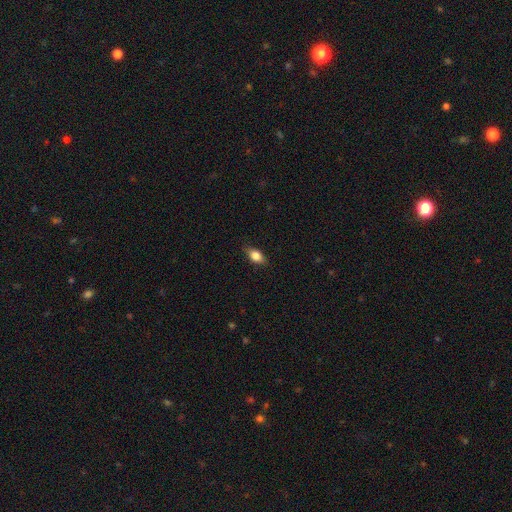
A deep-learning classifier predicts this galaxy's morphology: Smooth or featured: smooth — 75% (featured or disk — 16%)
How rounded: in between — 80% (round — 12%)
Merging: none — 83% (minor disturbance — 13%)